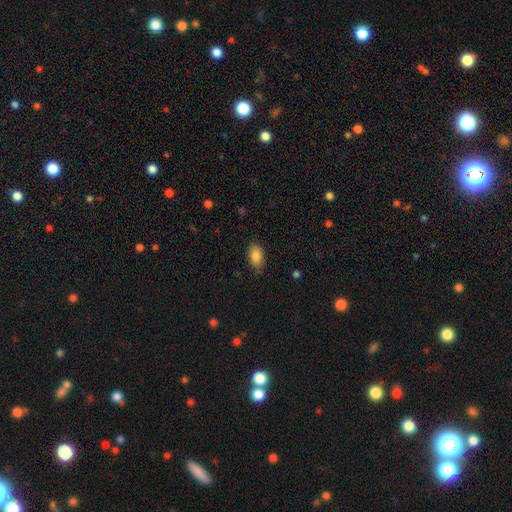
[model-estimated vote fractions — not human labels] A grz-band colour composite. It shows a smooth galaxy with no disk features (86%) that is in between round and cigar-shaped (90%). Merging: none (80%).